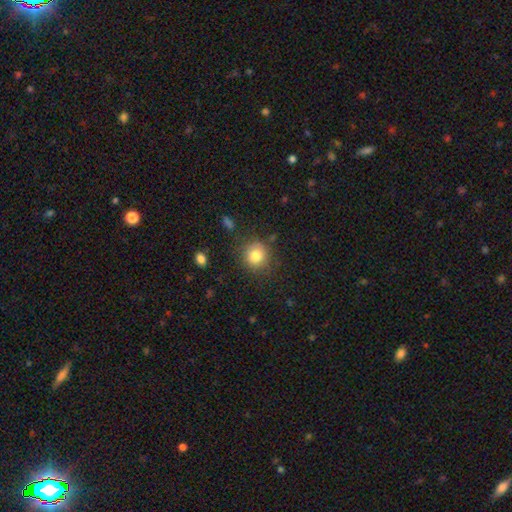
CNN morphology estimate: This appears to be a smooth galaxy with no disk features (81%) that is round (88%). Merging: none (82%).